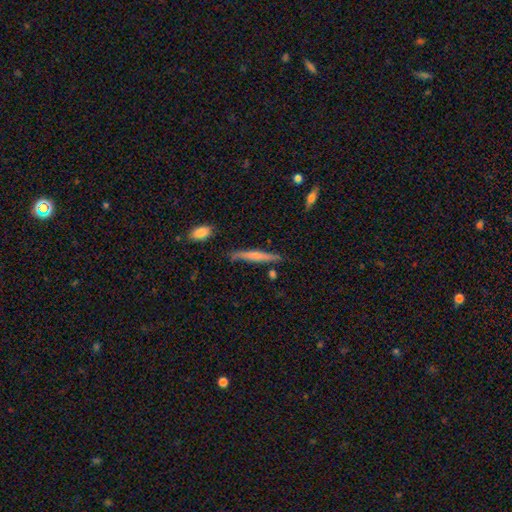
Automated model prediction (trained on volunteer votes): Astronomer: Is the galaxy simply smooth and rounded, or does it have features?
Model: smooth — 57% (runner-up: featured or disk, 37%).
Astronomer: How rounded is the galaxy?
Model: cigar-shaped — 94%.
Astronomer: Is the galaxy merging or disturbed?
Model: none — 76%.